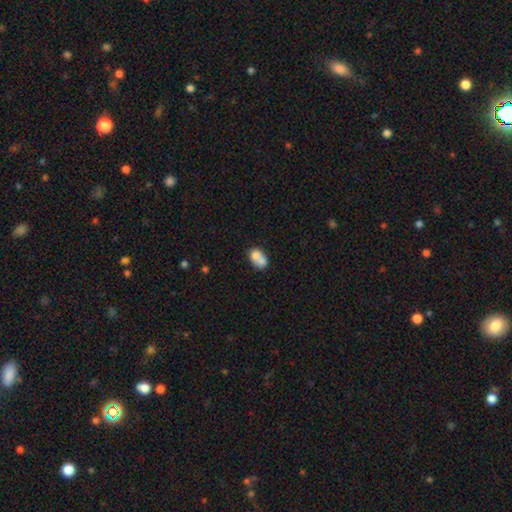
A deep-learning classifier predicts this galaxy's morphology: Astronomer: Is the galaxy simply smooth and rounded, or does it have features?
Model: smooth — 69%.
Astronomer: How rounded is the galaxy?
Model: in between — 52% (runner-up: round, 47%).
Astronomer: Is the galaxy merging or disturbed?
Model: merger — 67%.